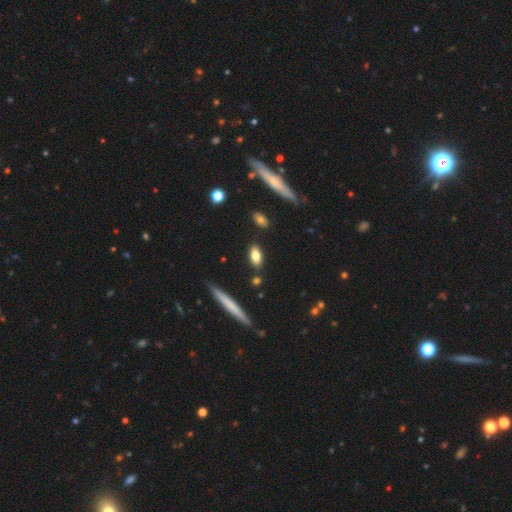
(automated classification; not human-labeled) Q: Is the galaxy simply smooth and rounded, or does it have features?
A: smooth — 78%.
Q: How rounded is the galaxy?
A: in between — 83%.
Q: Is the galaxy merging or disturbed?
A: none — 84%.